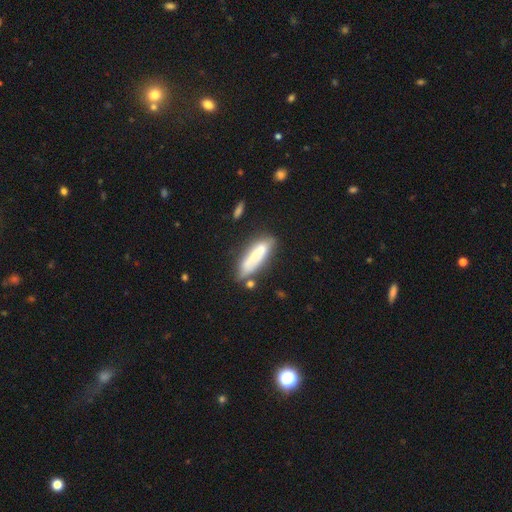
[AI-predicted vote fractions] A smooth galaxy with no disk features (64%) that is cigar-shaped (59%). Merging: none (55%).